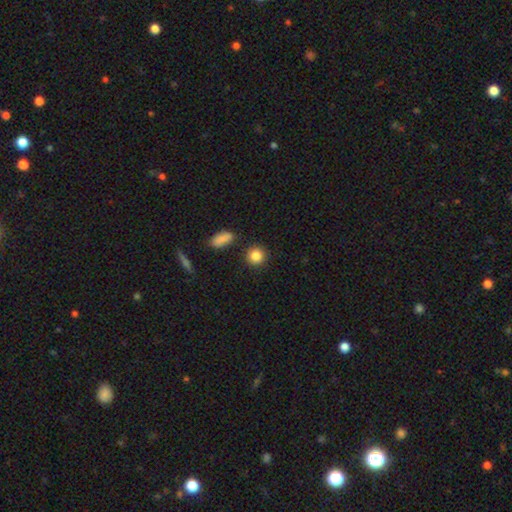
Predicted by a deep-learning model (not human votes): Morphology: type=smooth (86%); roundness=round (89%); merging=none (88%).